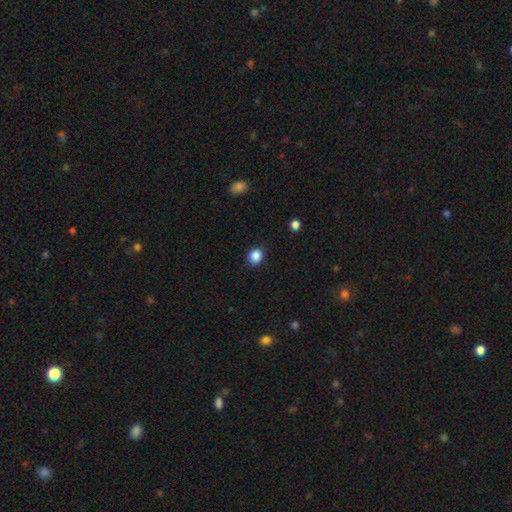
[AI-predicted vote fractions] This appears to be a smooth galaxy with no disk features (87%) that is round (69%). Merging: none (87%).